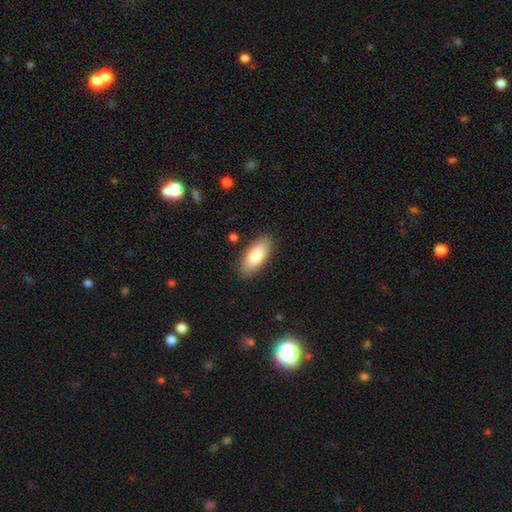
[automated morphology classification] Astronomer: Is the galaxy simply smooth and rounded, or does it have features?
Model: smooth — 81%.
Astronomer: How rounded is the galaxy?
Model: in between — 83%.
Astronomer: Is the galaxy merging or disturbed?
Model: none — 87%.